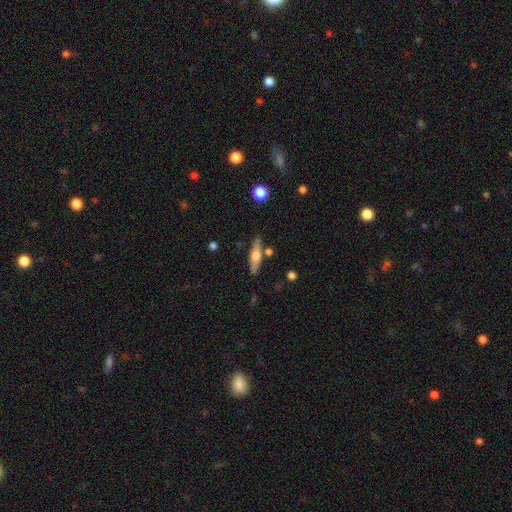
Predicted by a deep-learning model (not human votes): A smooth galaxy with no disk features (51%) that is cigar-shaped (69%).

Vote fractions:
- Smooth or featured? smooth: 51% / featured or disk: 43% / star or artifact: 6%
- How rounded? cigar-shaped: 69% / in between: 29% / round: 3%
- Merging? none: 80% / minor disturbance: 11% / merger: 7% / major disturbance: 3%